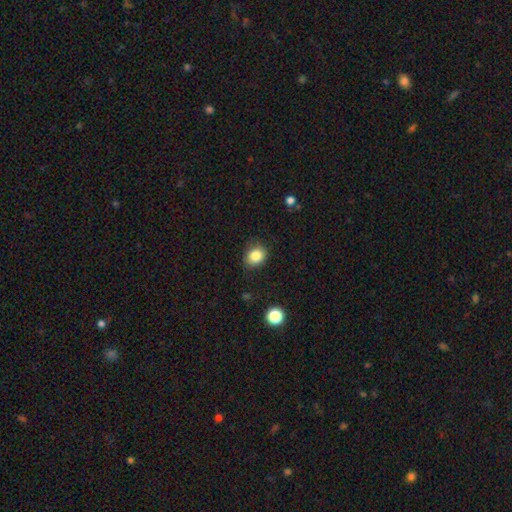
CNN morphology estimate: Overall: smooth (84%). How rounded: round (60%; in between 39%). Merging: none (81%).